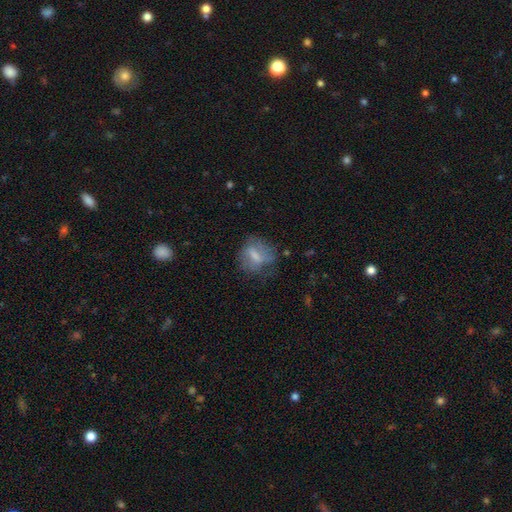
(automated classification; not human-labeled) smooth-or-featured: smooth: 55% | featured or disk: 35% | star or artifact: 10%
  how-rounded: in between: 48% | round: 46% | cigar-shaped: 5%
  merging: none: 51% | minor disturbance: 26% | major disturbance: 20% | merger: 3%